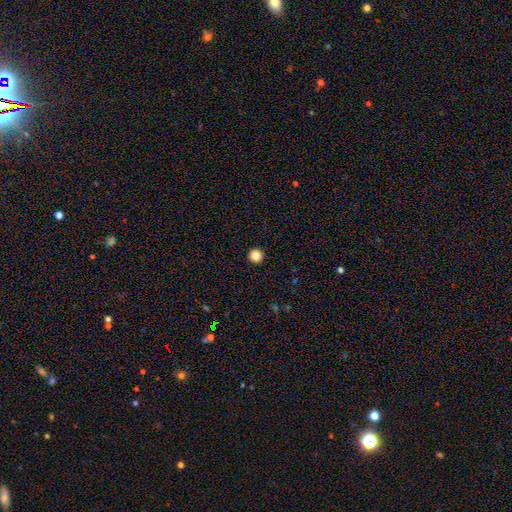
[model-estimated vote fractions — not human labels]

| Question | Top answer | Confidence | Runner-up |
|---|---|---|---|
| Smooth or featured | smooth | 86% | star or artifact (10%) |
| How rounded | round | 96% | in between (3%) |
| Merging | none | 94% | minor disturbance (3%) |